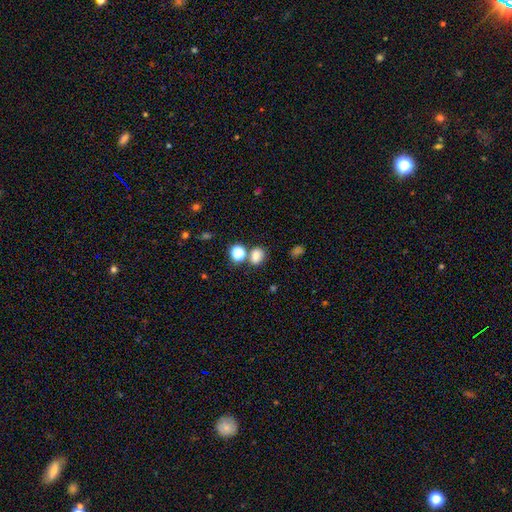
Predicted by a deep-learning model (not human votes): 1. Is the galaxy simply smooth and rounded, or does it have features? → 75% smooth, 17% star or artifact, 8% featured or disk.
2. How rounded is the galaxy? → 51% in between, 48% round, 1% cigar-shaped.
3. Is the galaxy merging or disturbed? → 62% none, 21% merger, 12% minor disturbance, 5% major disturbance.